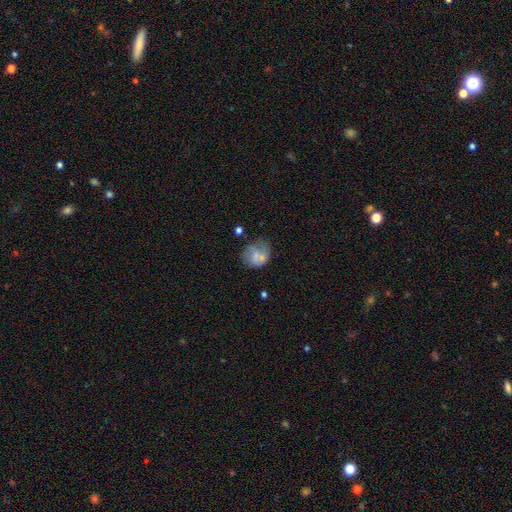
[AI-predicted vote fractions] A smooth galaxy with no disk features (54%) that is round (63%). Merging: none (39%).